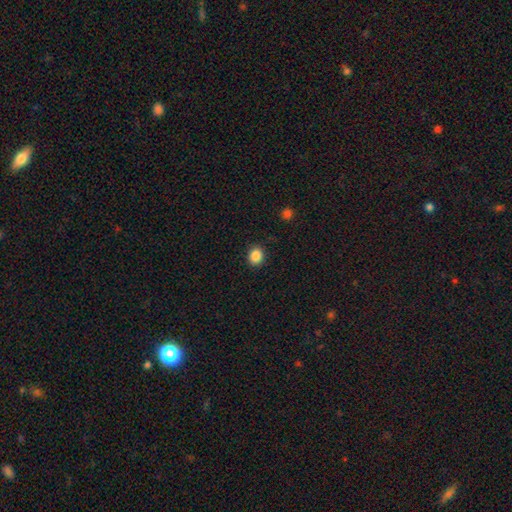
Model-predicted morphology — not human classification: A smooth galaxy with no disk features (87%) that is round (75%). Merging: none (90%).